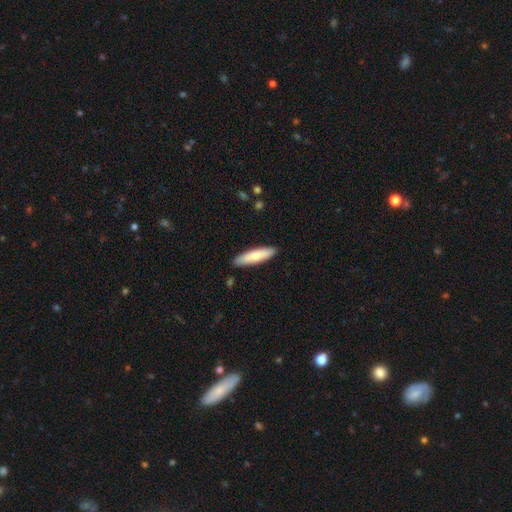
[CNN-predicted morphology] A smooth galaxy with no disk features (74%) that is cigar-shaped (72%).

Vote fractions:
- Smooth or featured? smooth: 74% / featured or disk: 21% / star or artifact: 5%
- How rounded? cigar-shaped: 72% / in between: 27% / round: 1%
- Merging? none: 89% / minor disturbance: 8% / major disturbance: 2% / merger: 1%